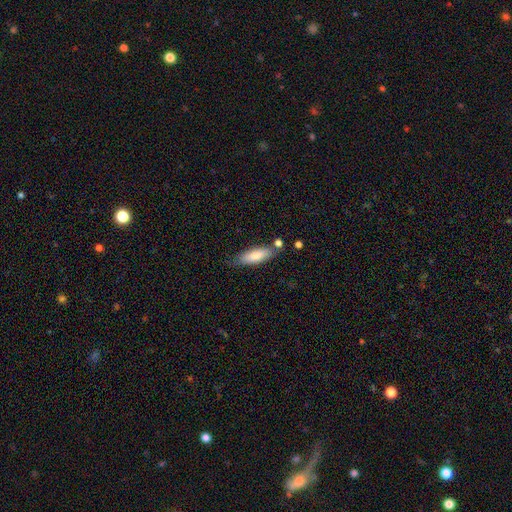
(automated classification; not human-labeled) Q: Smooth or featured?
A: smooth (78%); runner-up: featured or disk (16%)
Q: How rounded?
A: in between (50%); runner-up: cigar-shaped (48%)
Q: Merging?
A: none (68%); runner-up: minor disturbance (19%)